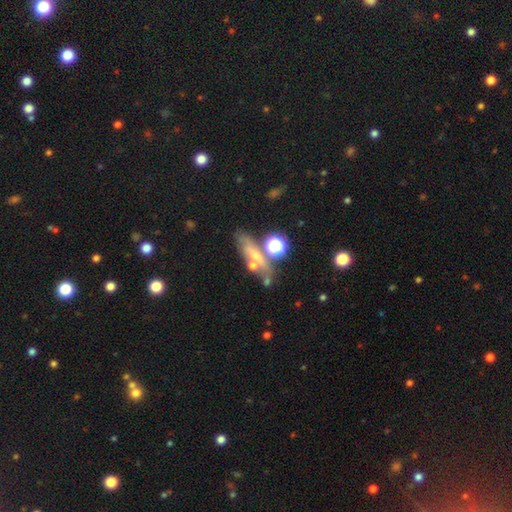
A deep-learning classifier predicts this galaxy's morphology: Smooth or featured? Predicted: smooth (p=0.39). Merging? Predicted: none (p=0.61).